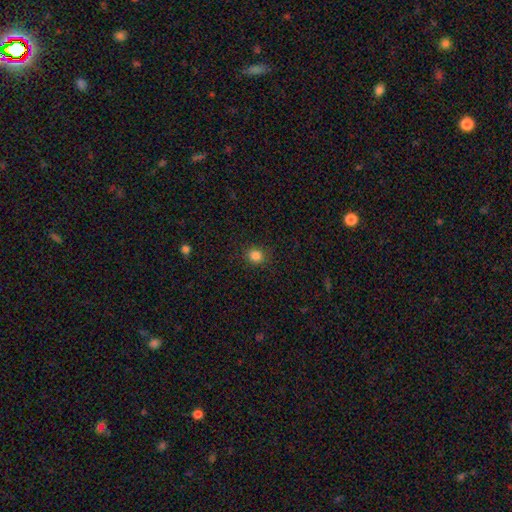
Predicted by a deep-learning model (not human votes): Q: Smooth or featured?
A: smooth (84%); runner-up: star or artifact (12%)
Q: How rounded?
A: round (85%); runner-up: in between (14%)
Q: Merging?
A: none (89%); runner-up: minor disturbance (7%)